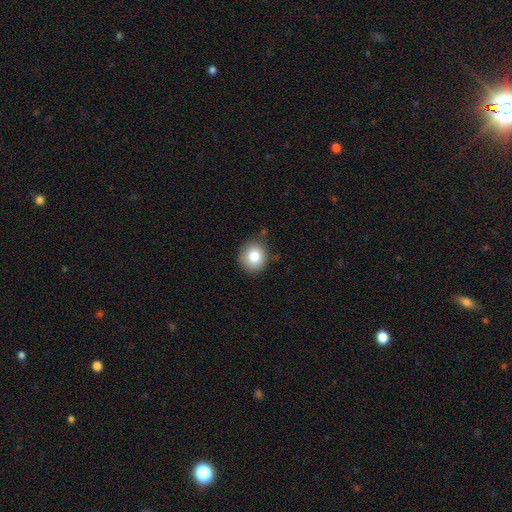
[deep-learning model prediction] Smooth or featured? smooth (79%)
How rounded? round (86%)
Merging? none (83%)